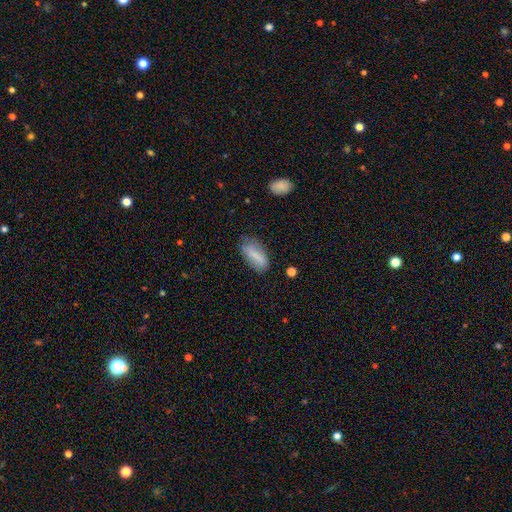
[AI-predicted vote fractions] Smooth or featured? Predicted: smooth (p=0.74). How rounded? Predicted: in between (p=0.79). Merging? Predicted: none (p=0.65).